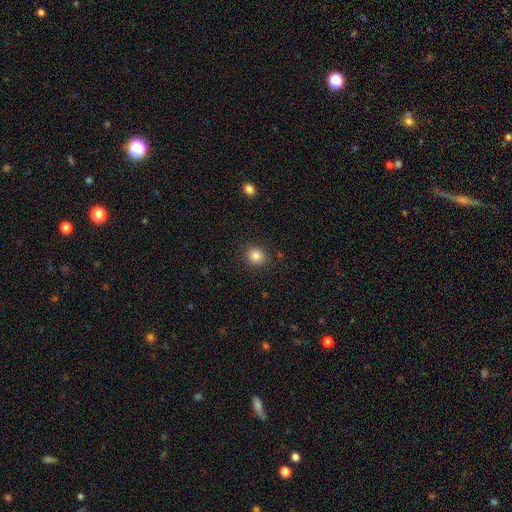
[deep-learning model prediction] Smooth or featured: smooth — 84% (star or artifact — 11%)
How rounded: round — 84% (in between — 15%)
Merging: none — 89% (minor disturbance — 7%)